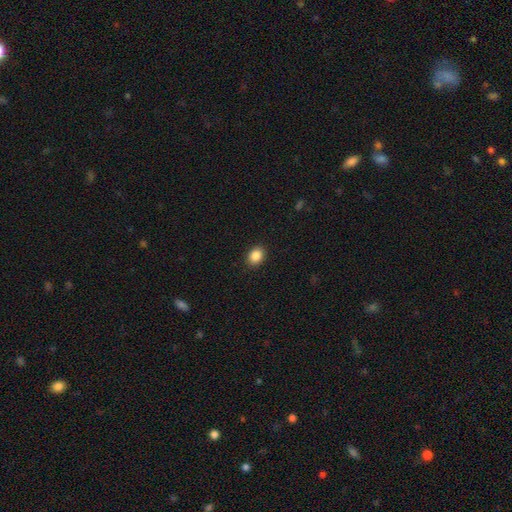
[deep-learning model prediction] This appears to be a smooth galaxy with no disk features (87%) that is in between round and cigar-shaped (61%). Merging: none (90%).